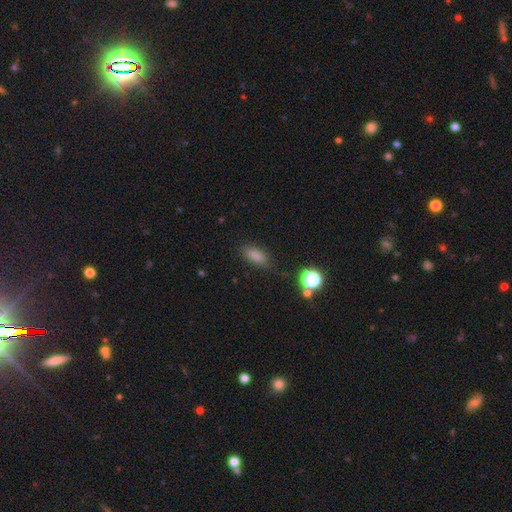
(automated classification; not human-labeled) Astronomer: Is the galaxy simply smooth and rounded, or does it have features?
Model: smooth — 82%.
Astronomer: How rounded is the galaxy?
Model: in between — 77%.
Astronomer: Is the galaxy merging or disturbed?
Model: none — 82%.